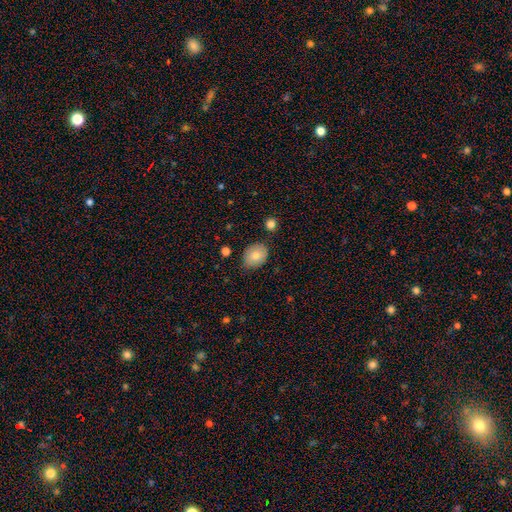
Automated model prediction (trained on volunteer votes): This appears to be a smooth galaxy with no disk features (78%) that is in between round and cigar-shaped (52%). Merging: none (78%).